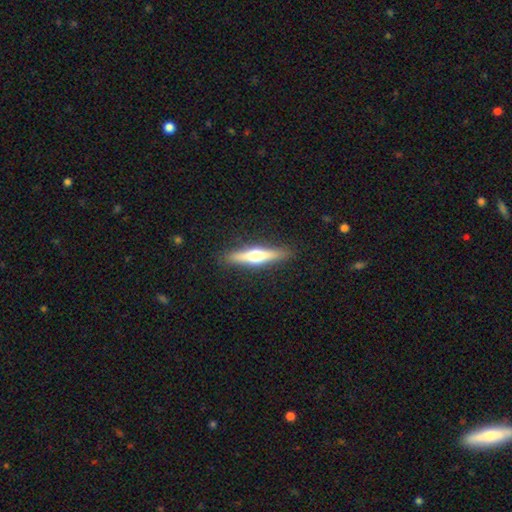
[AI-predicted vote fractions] Q: Smooth or featured?
A: featured or disk (57%); runner-up: smooth (37%)
Q: Edge-on disk?
A: yes (95%); runner-up: no (5%)
Q: Edge-on bulge?
A: rounded (92%); runner-up: none (4%)
Q: Merging?
A: none (90%); runner-up: minor disturbance (8%)